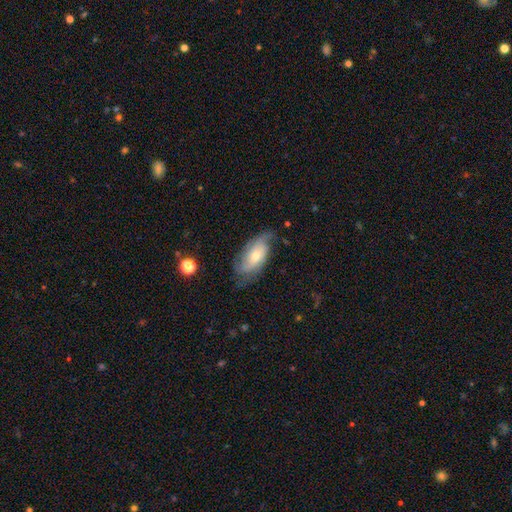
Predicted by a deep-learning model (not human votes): Smooth or featured? Predicted: featured or disk (p=0.66). Edge-on disk? Predicted: no (p=0.91). Bar? Predicted: no (p=0.63). Spiral arms? Predicted: yes (p=0.89). Spiral winding? Predicted: medium (p=0.40). Spiral arm count? Predicted: 2 (p=0.49). Bulge size? Predicted: small (p=0.50). Merging? Predicted: none (p=0.60).